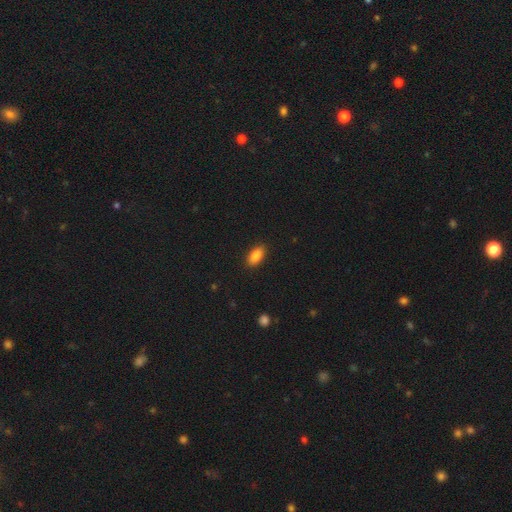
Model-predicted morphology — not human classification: smooth 86%, star or artifact 8%, featured or disk 6%. Down the decision tree: how rounded — in between (90%); merging — none (89%).